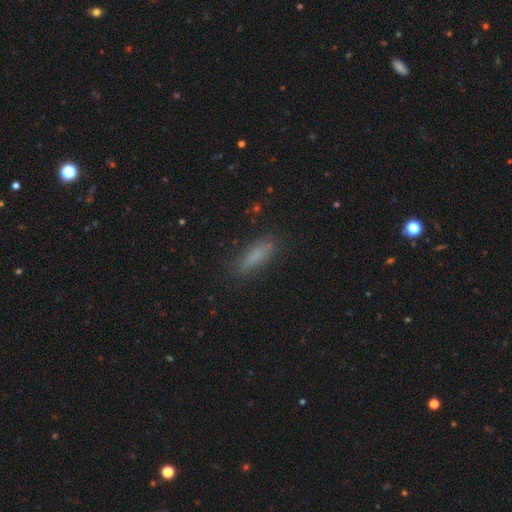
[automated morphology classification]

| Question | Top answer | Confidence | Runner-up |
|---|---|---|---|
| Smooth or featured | smooth | 78% | featured or disk (12%) |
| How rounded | cigar-shaped | 64% | in between (34%) |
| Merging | none | 85% | minor disturbance (11%) |